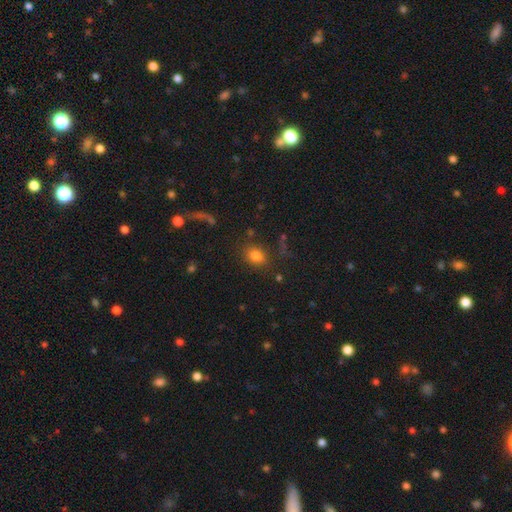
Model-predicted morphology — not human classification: Smooth or featured? smooth (78%)
How rounded? in between (57%)
Merging? none (75%)